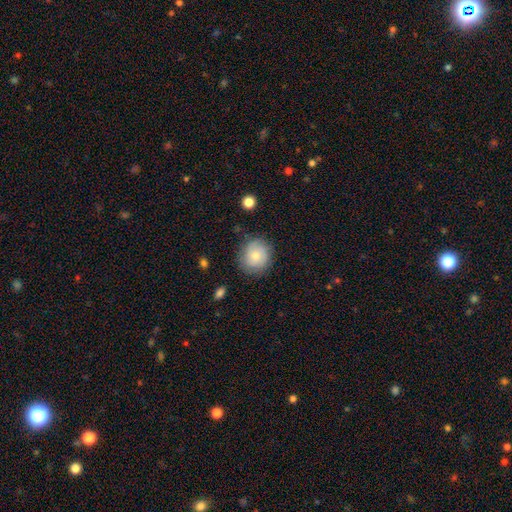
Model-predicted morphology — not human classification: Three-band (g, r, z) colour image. It shows a smooth galaxy with no disk features (70%) that is round (81%). Merging: none (81%).